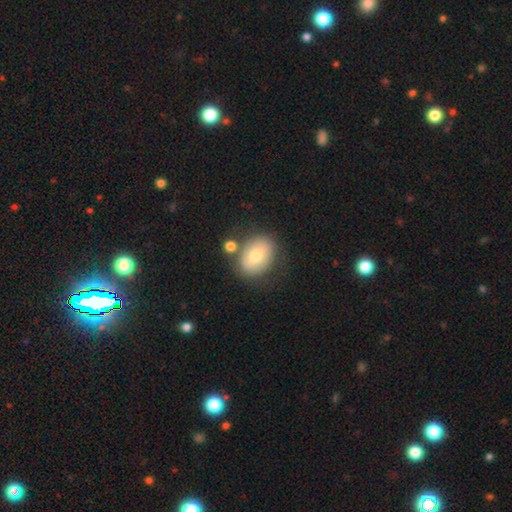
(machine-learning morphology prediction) A smooth galaxy with no disk features (71%) that is in between round and cigar-shaped (67%).

Vote fractions:
- Smooth or featured? smooth: 71% / featured or disk: 21% / star or artifact: 8%
- How rounded? in between: 67% / round: 32% / cigar-shaped: 1%
- Merging? none: 71% / minor disturbance: 14% / merger: 10% / major disturbance: 5%